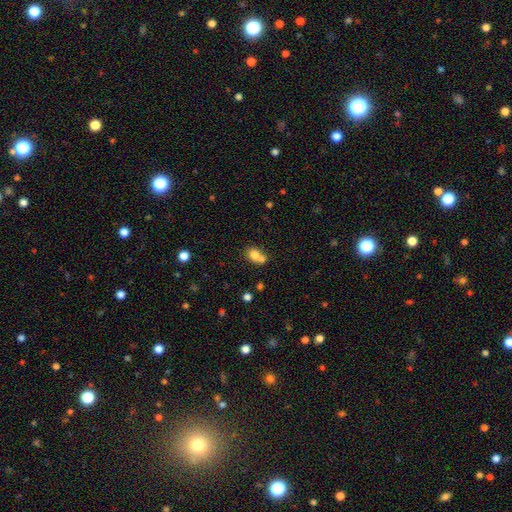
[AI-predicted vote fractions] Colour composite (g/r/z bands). It shows a smooth galaxy with no disk features (75%) that is in between round and cigar-shaped (50%). Merging: merger (57%).